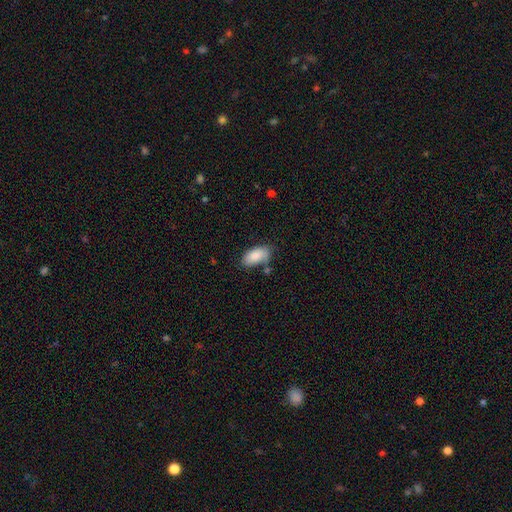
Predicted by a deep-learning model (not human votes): smooth-or-featured: smooth: 86% | featured or disk: 7% | star or artifact: 7%
  how-rounded: in between: 93% | cigar-shaped: 4% | round: 2%
  merging: none: 63% | minor disturbance: 23% | merger: 8% | major disturbance: 6%